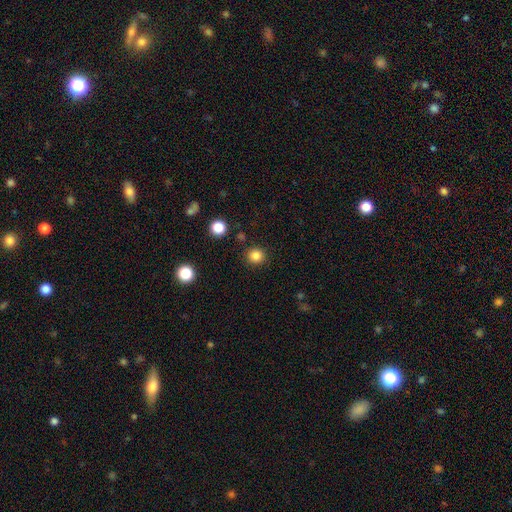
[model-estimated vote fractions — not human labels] smooth-or-featured: smooth: 84% | star or artifact: 12% | featured or disk: 4%
  how-rounded: round: 90% | in between: 9% | cigar-shaped: 1%
  merging: none: 89% | minor disturbance: 6% | major disturbance: 2% | merger: 2%